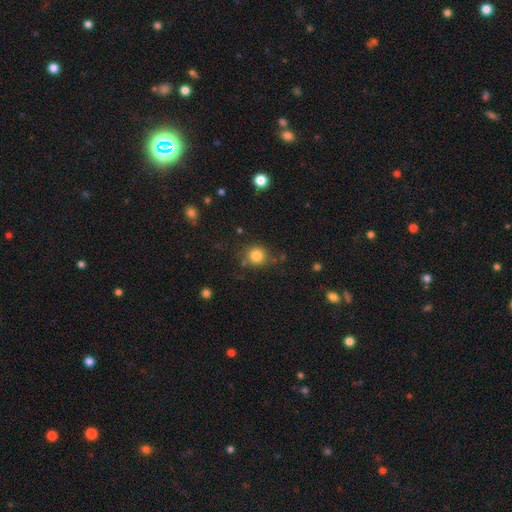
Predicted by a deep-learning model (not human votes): The model was most divided on "merging": none: 77%, minor disturbance: 13%, merger: 5%, major disturbance: 5%. More confident: how rounded — round (88%); smooth or featured — smooth (82%).